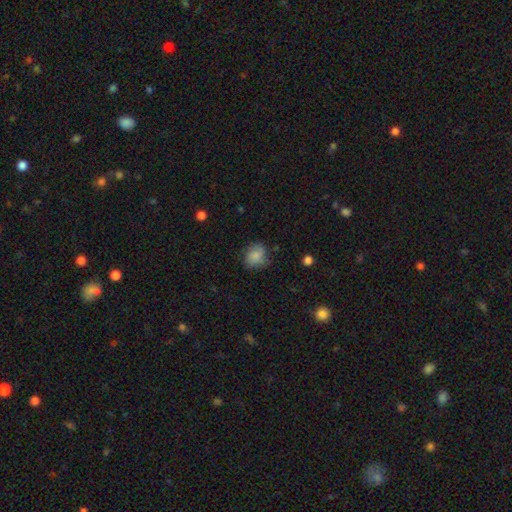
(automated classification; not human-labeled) Smooth or featured? smooth (81%)
How rounded? round (65%)
Merging? none (68%)